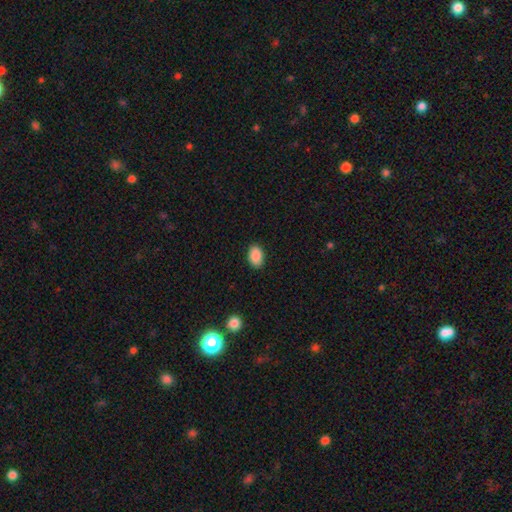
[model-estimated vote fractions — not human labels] This appears to be a smooth galaxy with no disk features (89%) that is in between round and cigar-shaped (87%). Merging: none (88%).